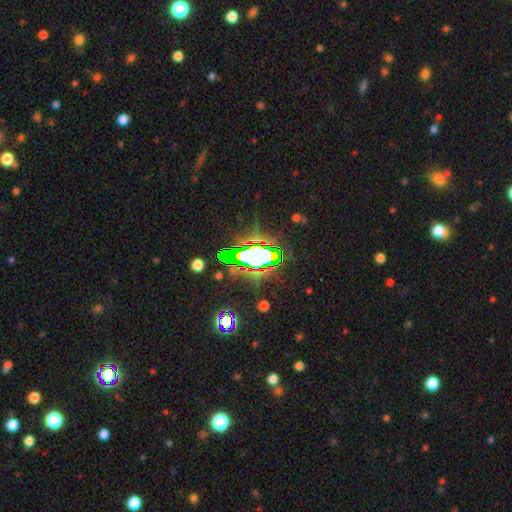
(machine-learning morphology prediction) type=star or artifact (70%).